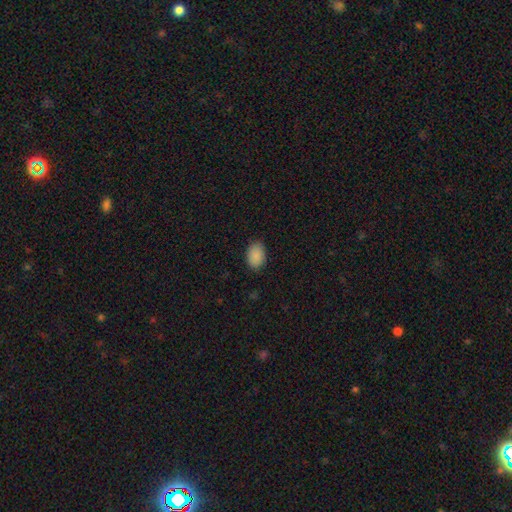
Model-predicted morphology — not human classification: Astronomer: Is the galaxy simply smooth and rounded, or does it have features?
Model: smooth — 90%.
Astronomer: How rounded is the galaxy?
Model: in between — 84%.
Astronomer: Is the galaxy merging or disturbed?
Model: none — 86%.